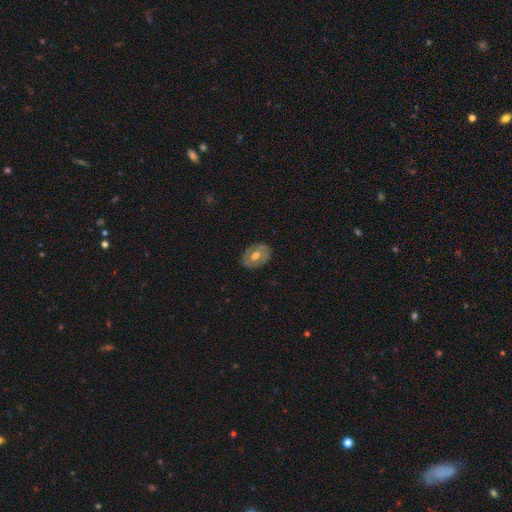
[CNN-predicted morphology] This appears to be a featured or disk galaxy (53%) with no bar (66%), no spiral arms (71%) and a moderate central bulge (73%). Merging: none (81%).